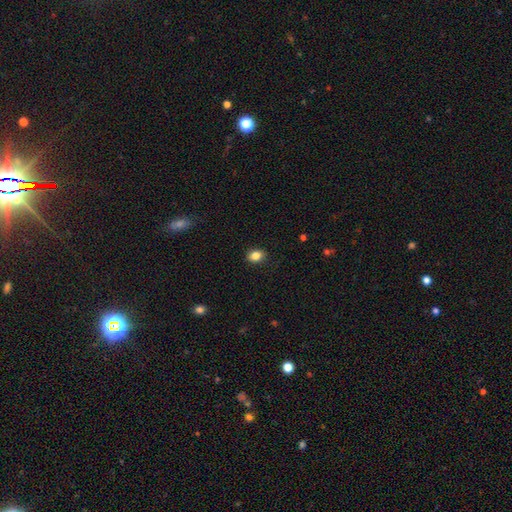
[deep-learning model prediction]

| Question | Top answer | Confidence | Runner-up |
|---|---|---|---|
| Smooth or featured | smooth | 85% | star or artifact (9%) |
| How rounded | in between | 69% | round (30%) |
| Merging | none | 89% | minor disturbance (8%) |